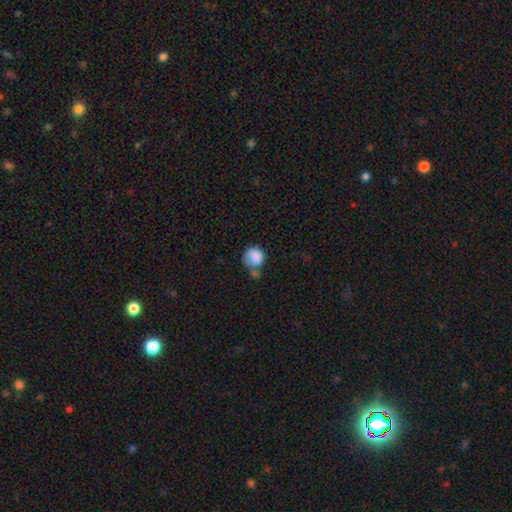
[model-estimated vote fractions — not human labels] A smooth galaxy with no disk features (84%) that is round (76%).

Vote fractions:
- Smooth or featured? smooth: 84% / featured or disk: 9% / star or artifact: 8%
- How rounded? round: 76% / in between: 23% / cigar-shaped: 1%
- Merging? none: 37% / minor disturbance: 25% / merger: 24% / major disturbance: 14%